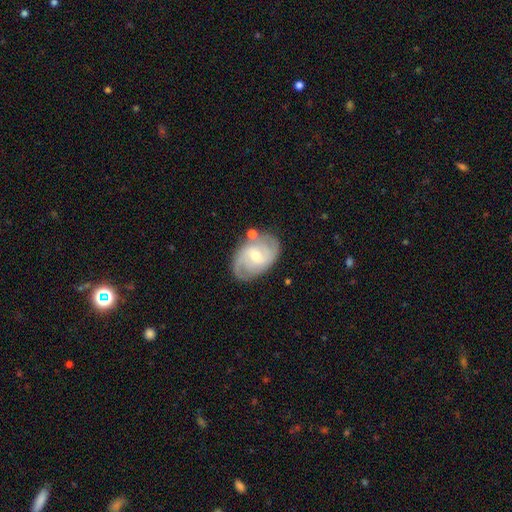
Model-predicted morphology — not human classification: Smooth or featured?
  - featured or disk: 78% *
  - smooth: 16%
  - star or artifact: 6%
Edge-on disk?
  - no: 96% *
  - yes: 4%
Bar?
  - weak: 55% *
  - no: 31%
  - strong: 14%
Spiral arms?
  - yes: 93% *
  - no: 7%
Spiral winding?
  - medium: 45% *
  - tight: 39%
  - loose: 16%
Spiral arm count?
  - 2: 61% *
  - can't tell: 16%
  - 3: 14%
  - 1: 3%
  - 4: 3%
  - more than 4: 2%
Bulge size?
  - moderate: 55% *
  - small: 40%
  - large: 3%
  - none: 1%
  - dominant: 1%
Merging?
  - none: 72% *
  - minor disturbance: 16%
  - merger: 7%
  - major disturbance: 5%